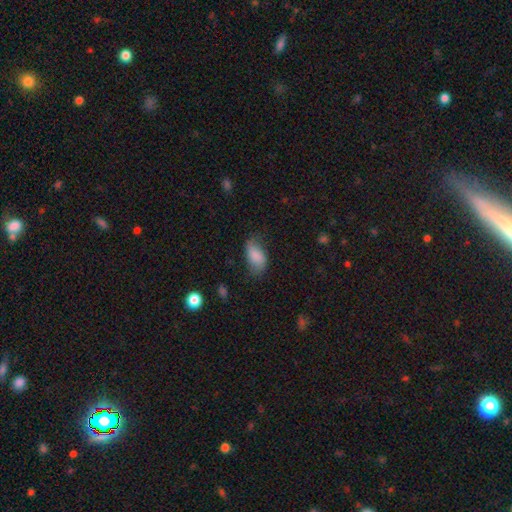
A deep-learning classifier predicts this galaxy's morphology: Smooth or featured? Predicted: smooth (p=0.79). How rounded? Predicted: in between (p=0.92). Merging? Predicted: none (p=0.57).